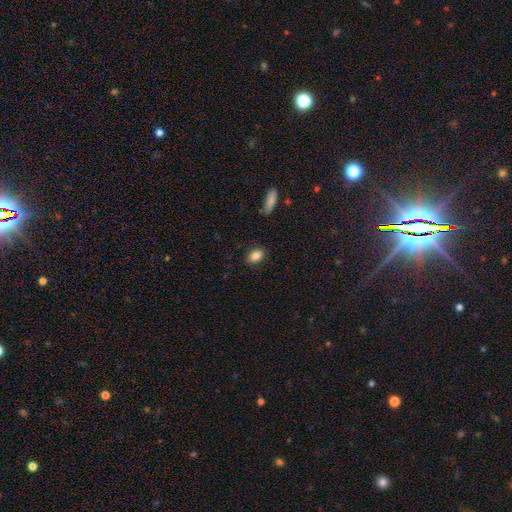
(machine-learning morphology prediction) smooth_or_featured: smooth (p=0.86) [alt: star or artifact p=0.08]
how_rounded: in between (p=0.75) [alt: round p=0.24]
merging: none (p=0.88) [alt: minor disturbance p=0.09]